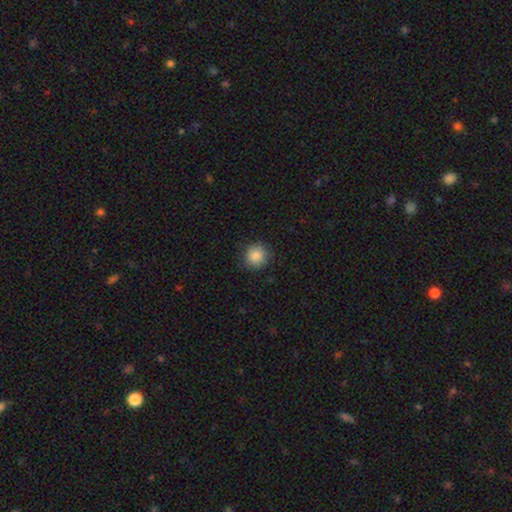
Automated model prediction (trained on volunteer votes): smooth_or_featured: smooth (p=0.87) [alt: star or artifact p=0.09]
how_rounded: round (p=0.92) [alt: in between p=0.07]
merging: none (p=0.88) [alt: minor disturbance p=0.09]